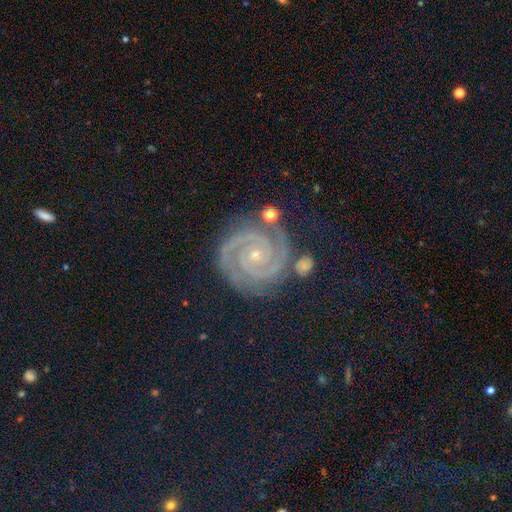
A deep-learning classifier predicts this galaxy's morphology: Smooth or featured? Predicted: featured or disk (p=0.84). Edge-on disk? Predicted: no (p=0.98). Bar? Predicted: no (p=0.74). Spiral arms? Predicted: yes (p=0.99). Spiral winding? Predicted: tight (p=0.82). Spiral arm count? Predicted: 2 (p=0.89). Bulge size? Predicted: small (p=0.78). Merging? Predicted: none (p=0.82).